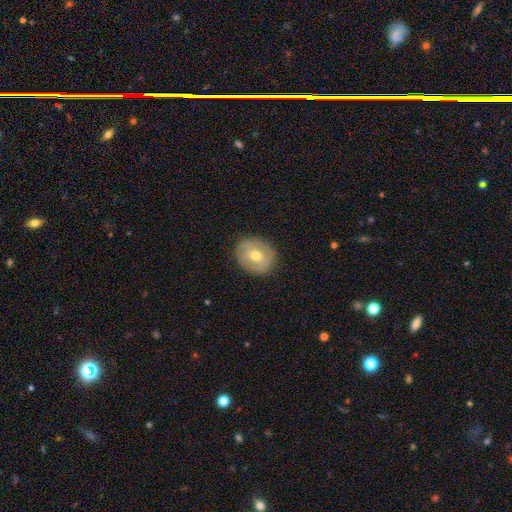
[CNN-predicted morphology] A smooth galaxy with no disk features (52%) that is round (73%).

Vote fractions:
- Smooth or featured? smooth: 52% / featured or disk: 41% / star or artifact: 7%
- How rounded? round: 73% / in between: 26% / cigar-shaped: 1%
- Merging? none: 84% / minor disturbance: 11% / major disturbance: 3% / merger: 1%